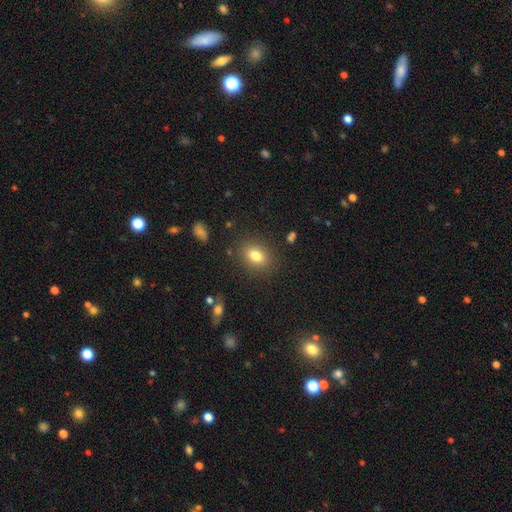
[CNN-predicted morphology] smooth_or_featured: smooth (p=0.81) [alt: star or artifact p=0.10]
how_rounded: in between (p=0.70) [alt: round p=0.28]
merging: none (p=0.86) [alt: minor disturbance p=0.09]